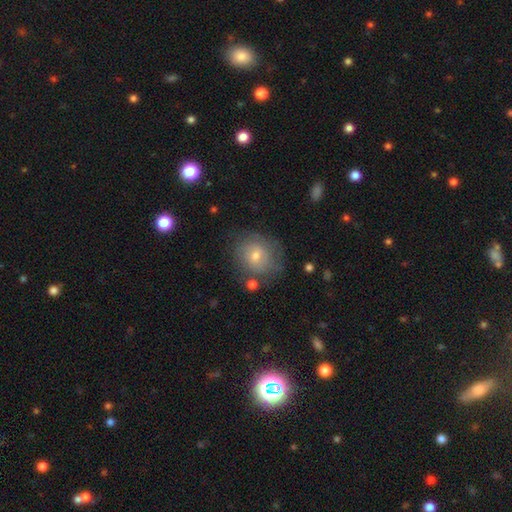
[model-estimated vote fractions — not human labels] Morphology: type=smooth (54%); roundness=round (75%); merging=none (70%).